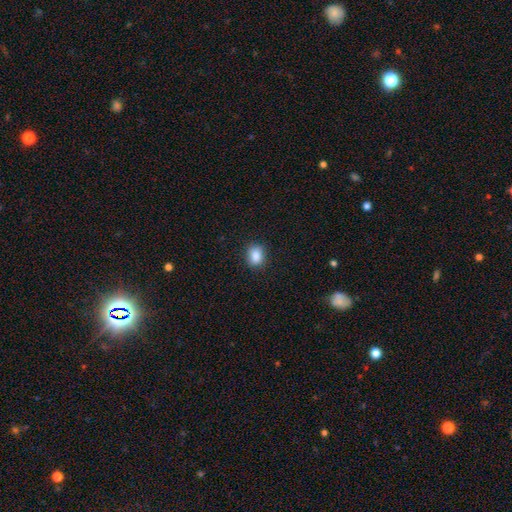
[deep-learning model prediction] smooth-or-featured: smooth: 87% | star or artifact: 9% | featured or disk: 4%
  how-rounded: in between: 53% | round: 46% | cigar-shaped: 1%
  merging: none: 86% | minor disturbance: 11% | major disturbance: 2% | merger: 1%